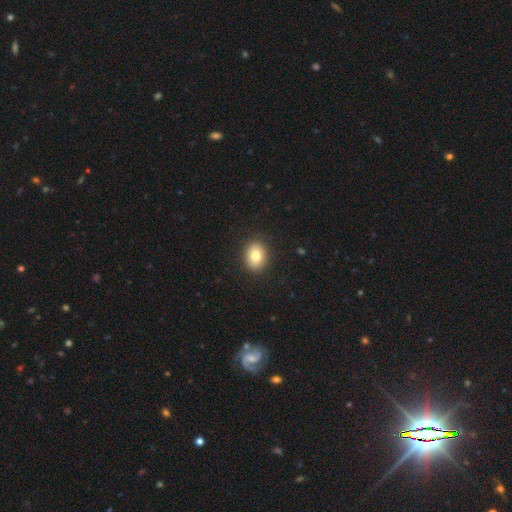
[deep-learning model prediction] Morphology: type=smooth (80%); roundness=in between (56%); merging=none (89%).